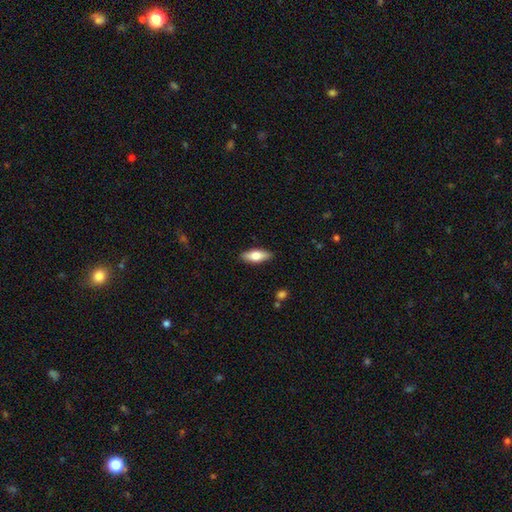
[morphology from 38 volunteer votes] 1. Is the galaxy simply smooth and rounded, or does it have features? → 58% smooth, 37% featured or disk, 5% star or artifact.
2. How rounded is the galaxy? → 77% in between, 23% cigar-shaped, 0% round.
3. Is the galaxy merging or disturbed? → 89% none, 8% minor disturbance, 3% major disturbance, 0% merger.